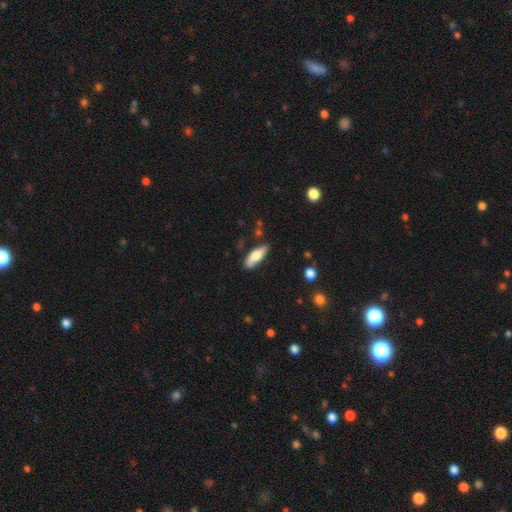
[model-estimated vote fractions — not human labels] A smooth galaxy with no disk features (71%) that is in between round and cigar-shaped (57%). Merging: none (74%).